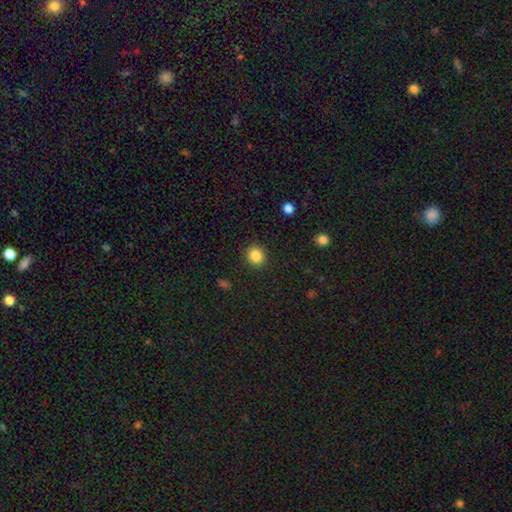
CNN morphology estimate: smooth_or_featured: smooth (p=0.86) [alt: star or artifact p=0.10]
how_rounded: round (p=0.80) [alt: in between p=0.19]
merging: none (p=0.90) [alt: minor disturbance p=0.07]